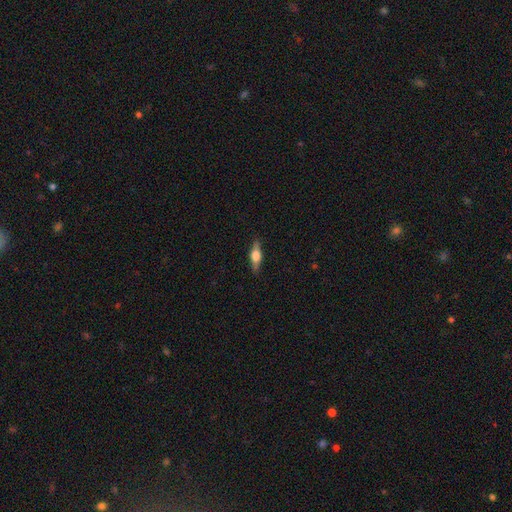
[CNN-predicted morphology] type=featured or disk (52%); edge-on=yes (93%); merging=none (86%).